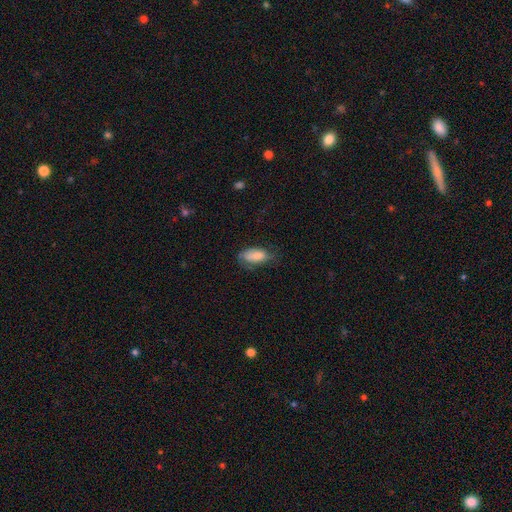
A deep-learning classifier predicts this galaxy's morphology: Smooth or featured? smooth (79%)
How rounded? in between (90%)
Merging? none (55%)